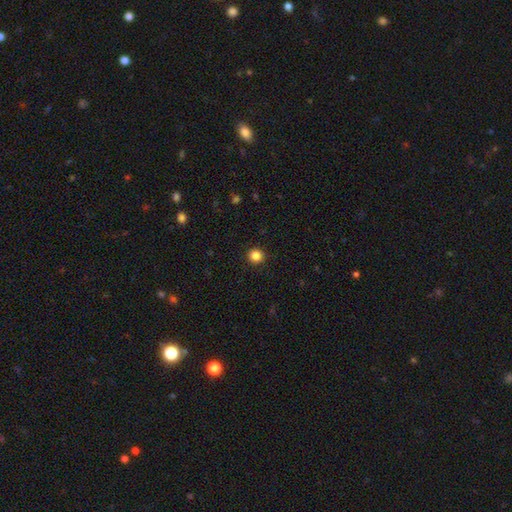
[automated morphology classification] type=smooth (85%); roundness=round (93%); merging=none (93%).